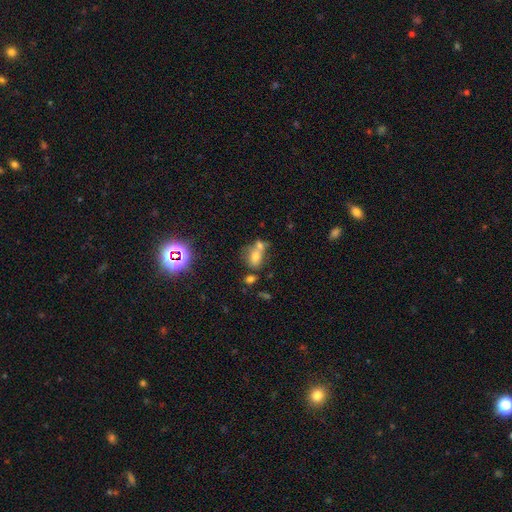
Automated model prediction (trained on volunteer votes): Overall: smooth (59%; star or artifact 23%). How rounded: in between (61%; round 36%). Merging: merger (46%; none 36%).